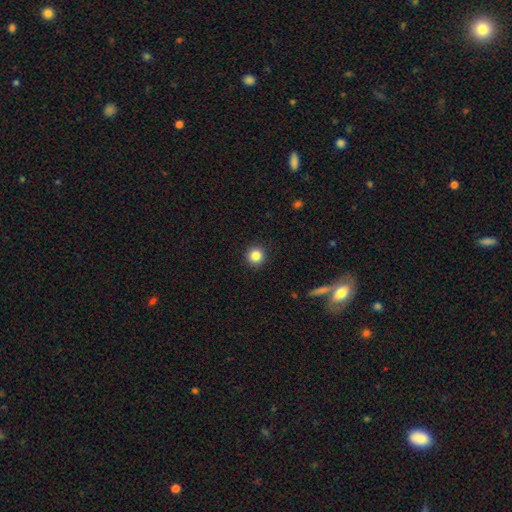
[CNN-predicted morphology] A smooth galaxy with no disk features (84%) that is round (94%). Merging: none (92%).